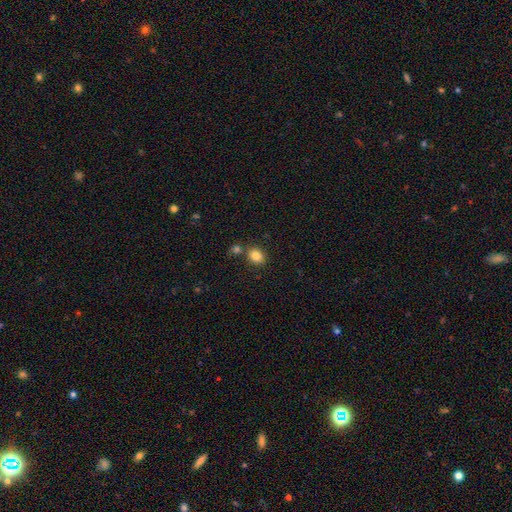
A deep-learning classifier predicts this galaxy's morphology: Smooth or featured: smooth — 85% (star or artifact — 10%)
How rounded: in between — 58% (round — 41%)
Merging: none — 70% (merger — 16%)